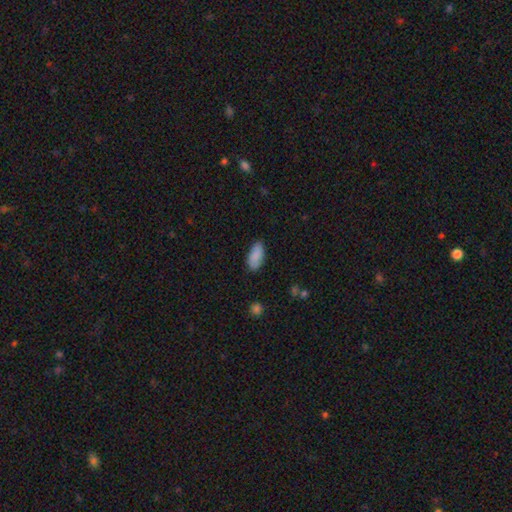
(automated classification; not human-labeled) Smooth or featured: smooth — 88% (star or artifact — 6%)
How rounded: in between — 91% (cigar-shaped — 7%)
Merging: none — 79% (minor disturbance — 16%)